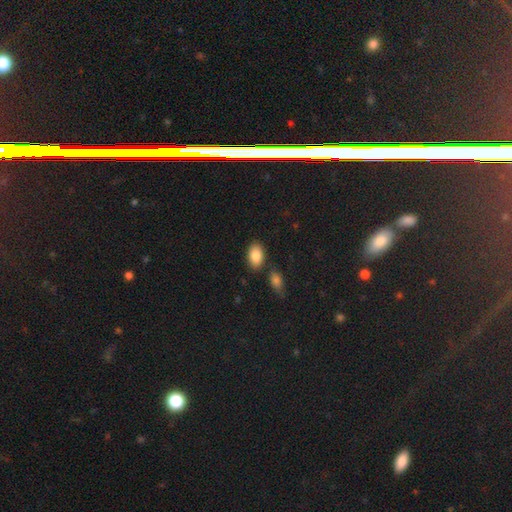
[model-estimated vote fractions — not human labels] smooth_or_featured: smooth (p=0.86) [alt: featured or disk p=0.07]
how_rounded: in between (p=0.91) [alt: round p=0.07]
merging: none (p=0.80) [alt: minor disturbance p=0.11]